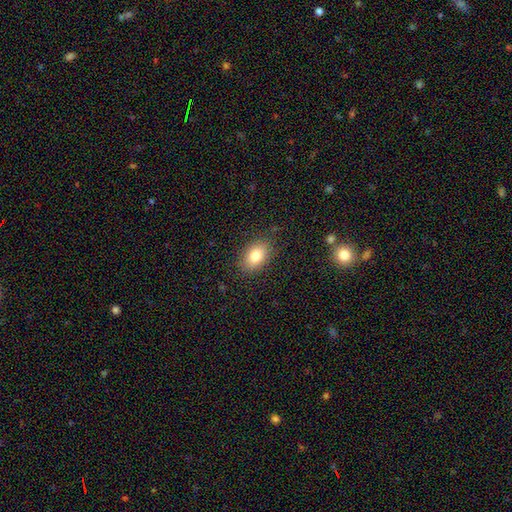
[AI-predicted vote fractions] smooth_or_featured: smooth (p=0.82) [alt: featured or disk p=0.10]
how_rounded: in between (p=0.86) [alt: round p=0.13]
merging: none (p=0.85) [alt: minor disturbance p=0.11]